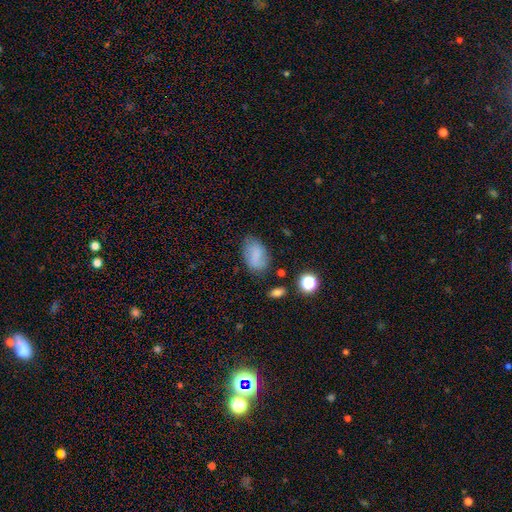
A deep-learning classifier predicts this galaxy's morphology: smooth_or_featured: smooth (p=0.69) [alt: featured or disk p=0.21]
how_rounded: in between (p=0.86) [alt: round p=0.12]
merging: none (p=0.67) [alt: minor disturbance p=0.23]